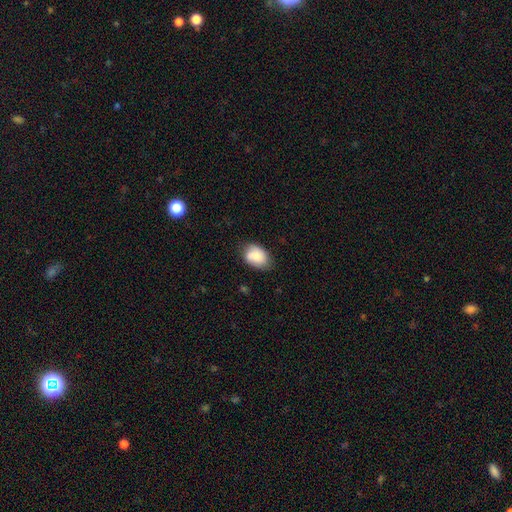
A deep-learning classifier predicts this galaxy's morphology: A smooth galaxy with no disk features (84%) that is in between round and cigar-shaped (80%). Merging: none (69%).